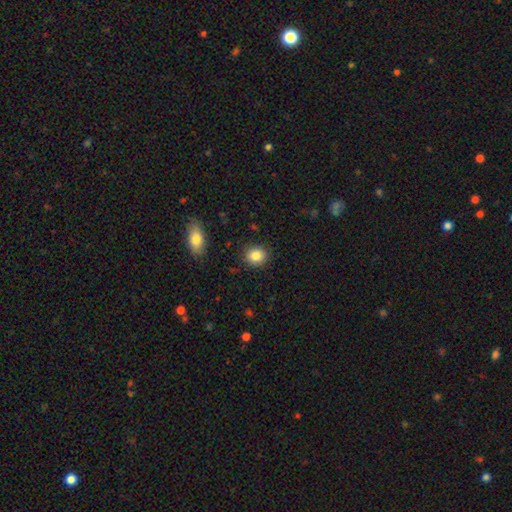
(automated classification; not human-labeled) smooth_or_featured: smooth (p=0.85) [alt: star or artifact p=0.09]
how_rounded: round (p=0.73) [alt: in between p=0.26]
merging: none (p=0.89) [alt: minor disturbance p=0.07]